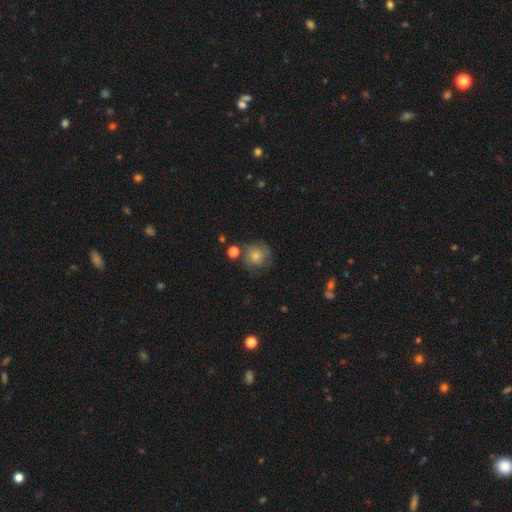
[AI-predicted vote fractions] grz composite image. It shows a smooth galaxy with no disk features (72%) that is round (89%). Merging: none (62%).